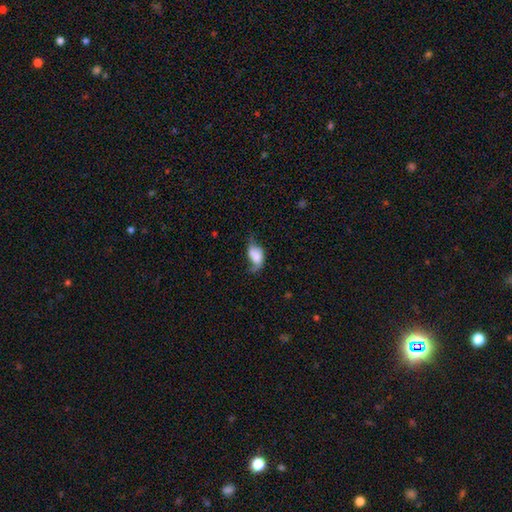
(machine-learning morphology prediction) The model was most divided on "merging": major disturbance: 32%, minor disturbance: 31%, none: 31%, merger: 6%. More confident: how rounded — in between (87%); smooth or featured — smooth (52%).